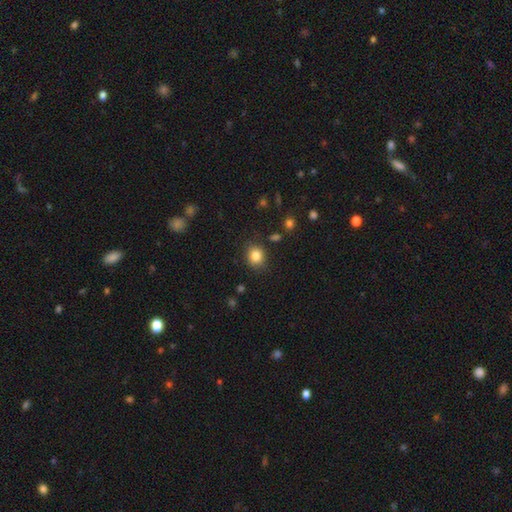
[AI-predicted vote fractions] smooth_or_featured: smooth (p=0.83) [alt: star or artifact p=0.11]
how_rounded: round (p=0.76) [alt: in between p=0.23]
merging: none (p=0.84) [alt: minor disturbance p=0.11]